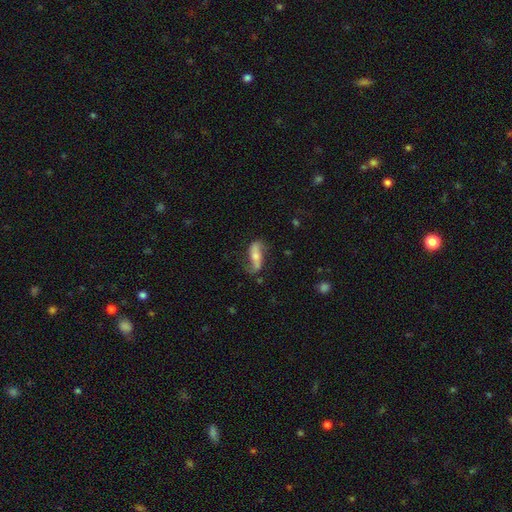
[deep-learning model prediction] Q: Smooth or featured?
A: featured or disk (63%); runner-up: smooth (30%)
Q: Edge-on disk?
A: no (83%); runner-up: yes (17%)
Q: Bar?
A: no (44%); runner-up: strong (30%)
Q: Spiral arms?
A: yes (87%); runner-up: no (13%)
Q: Bulge size?
A: moderate (48%); runner-up: small (38%)
Q: Merging?
A: none (63%); runner-up: minor disturbance (22%)